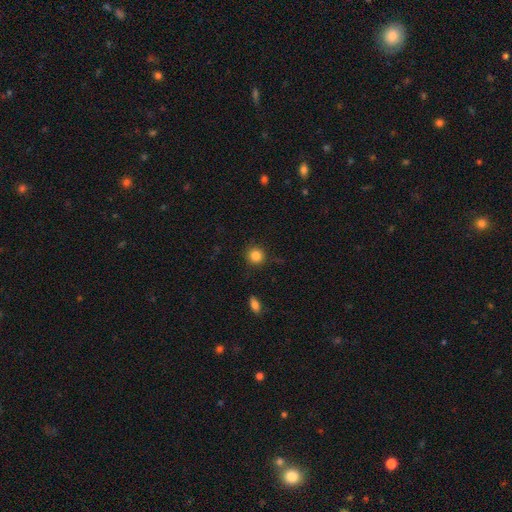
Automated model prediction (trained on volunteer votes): Morphology: type=smooth (85%); roundness=round (92%); merging=none (87%).